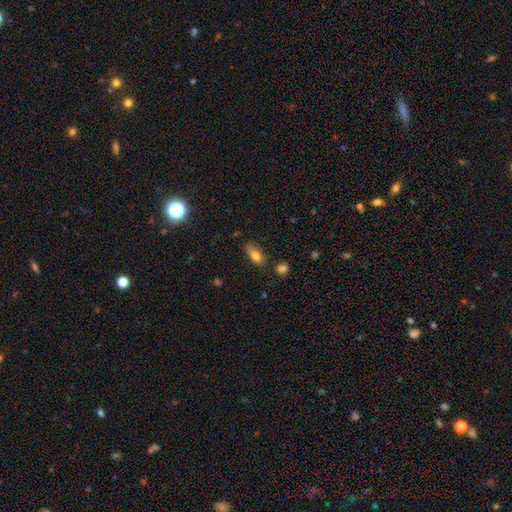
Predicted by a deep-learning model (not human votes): Smooth or featured?
  - smooth: 77% *
  - featured or disk: 15%
  - star or artifact: 8%
How rounded?
  - in between: 81% *
  - cigar-shaped: 15%
  - round: 4%
Merging?
  - none: 71% *
  - minor disturbance: 20%
  - merger: 4%
  - major disturbance: 4%